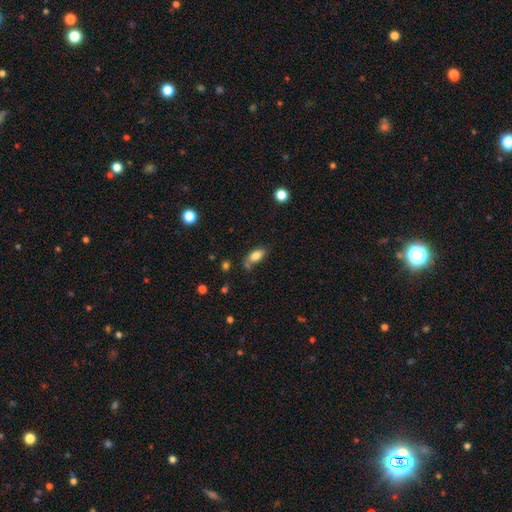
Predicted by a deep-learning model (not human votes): smooth_or_featured: smooth (p=0.80) [alt: featured or disk p=0.12]
how_rounded: in between (p=0.87) [alt: cigar-shaped p=0.08]
merging: none (p=0.57) [alt: minor disturbance p=0.25]